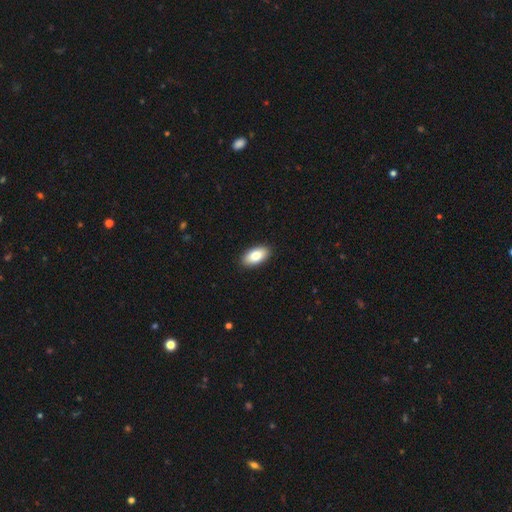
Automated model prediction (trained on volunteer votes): smooth_or_featured: smooth (p=0.80) [alt: featured or disk p=0.13]
how_rounded: in between (p=0.93) [alt: cigar-shaped p=0.04]
merging: none (p=0.91) [alt: minor disturbance p=0.07]